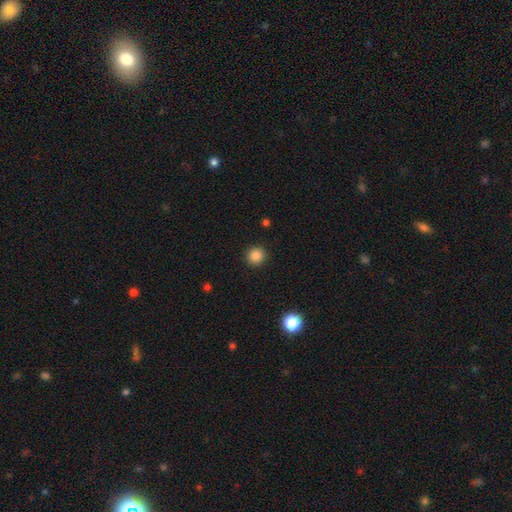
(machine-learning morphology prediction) smooth-or-featured: smooth: 86% | star or artifact: 11% | featured or disk: 3%
  how-rounded: round: 94% | in between: 5% | cigar-shaped: 1%
  merging: none: 92% | minor disturbance: 5% | major disturbance: 2% | merger: 1%